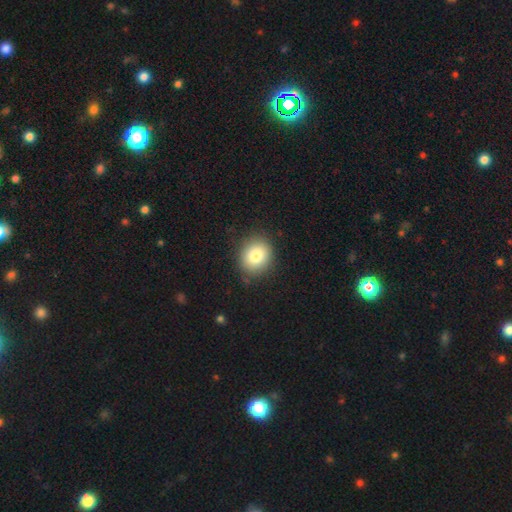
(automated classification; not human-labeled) Morphology: type=smooth (80%); roundness=round (69%); merging=none (86%).